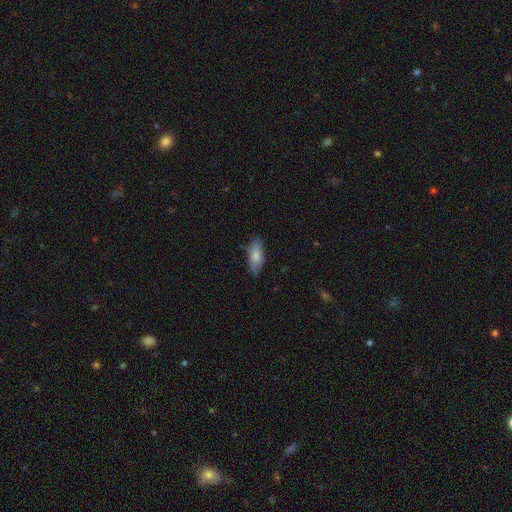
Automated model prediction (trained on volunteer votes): Smooth or featured: smooth — 79% (featured or disk — 15%)
How rounded: in between — 77% (cigar-shaped — 20%)
Merging: none — 75% (minor disturbance — 20%)